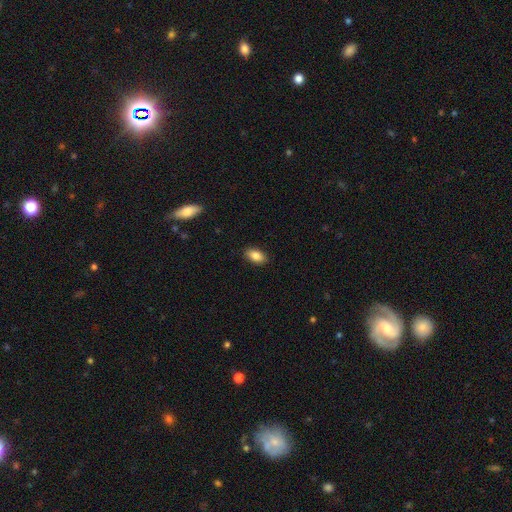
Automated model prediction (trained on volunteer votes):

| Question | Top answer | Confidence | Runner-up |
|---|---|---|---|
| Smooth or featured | smooth | 86% | star or artifact (8%) |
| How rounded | in between | 92% | round (5%) |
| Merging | none | 89% | minor disturbance (8%) |